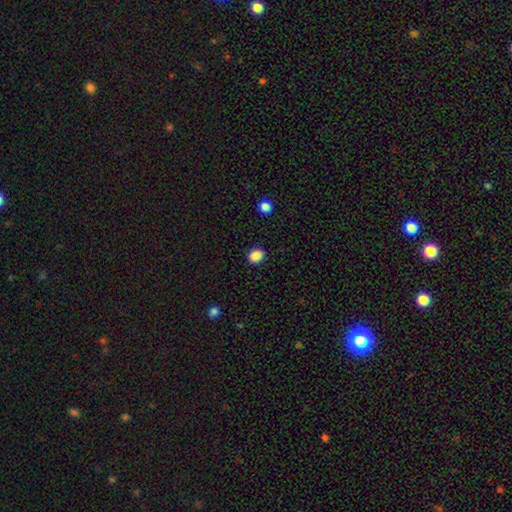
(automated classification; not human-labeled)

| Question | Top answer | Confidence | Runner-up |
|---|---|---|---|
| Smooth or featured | smooth | 88% | star or artifact (9%) |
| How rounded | round | 52% | in between (47%) |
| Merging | none | 90% | minor disturbance (7%) |